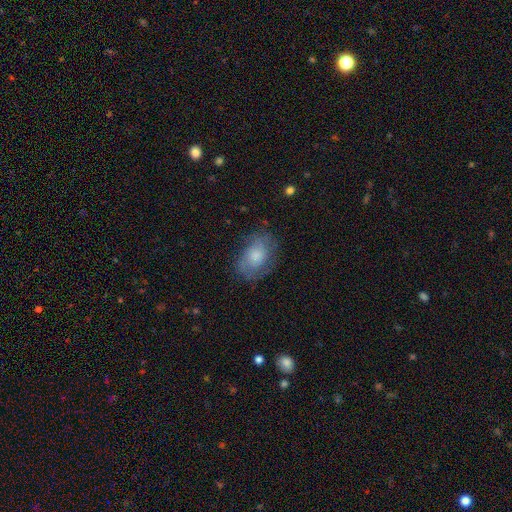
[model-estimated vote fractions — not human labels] Smooth or featured?
  - smooth: 61% *
  - featured or disk: 31%
  - star or artifact: 8%
How rounded?
  - in between: 79% *
  - round: 20%
  - cigar-shaped: 2%
Merging?
  - none: 66% *
  - minor disturbance: 22%
  - major disturbance: 10%
  - merger: 1%